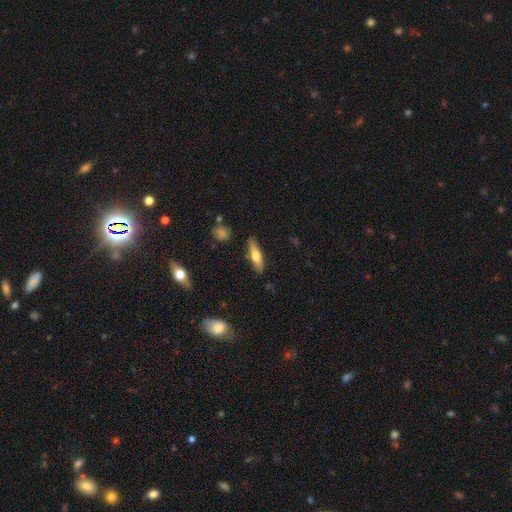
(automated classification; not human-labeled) Q: Smooth or featured?
A: smooth (61%); runner-up: featured or disk (32%)
Q: How rounded?
A: cigar-shaped (68%); runner-up: in between (29%)
Q: Merging?
A: none (86%); runner-up: minor disturbance (10%)